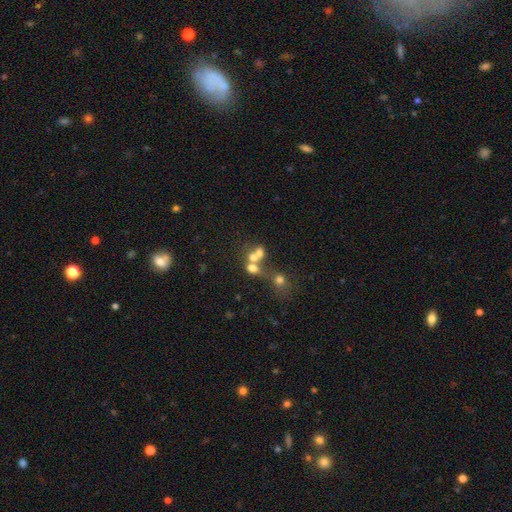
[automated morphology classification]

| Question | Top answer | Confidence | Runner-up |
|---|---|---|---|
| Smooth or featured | smooth | 59% | featured or disk (24%) |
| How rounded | round | 64% | in between (34%) |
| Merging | merger | 60% | none (27%) |